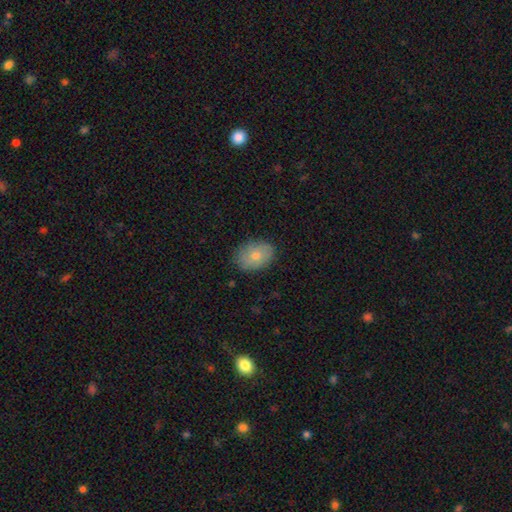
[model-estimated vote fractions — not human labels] A smooth galaxy with no disk features (73%) that is in between round and cigar-shaped (80%). Merging: none (85%).